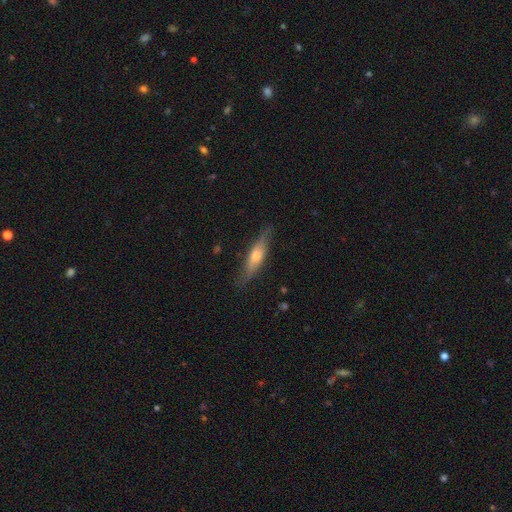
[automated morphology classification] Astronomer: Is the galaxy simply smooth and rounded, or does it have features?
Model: featured or disk — 53% (runner-up: smooth, 41%).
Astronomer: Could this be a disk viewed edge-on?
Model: yes — 87%.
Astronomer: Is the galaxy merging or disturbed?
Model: none — 80%.